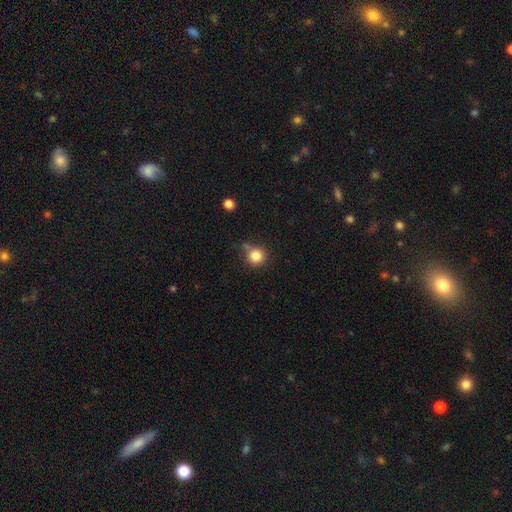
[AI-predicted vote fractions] Smooth or featured: smooth — 83% (star or artifact — 11%)
How rounded: round — 92% (in between — 7%)
Merging: none — 71% (minor disturbance — 15%)